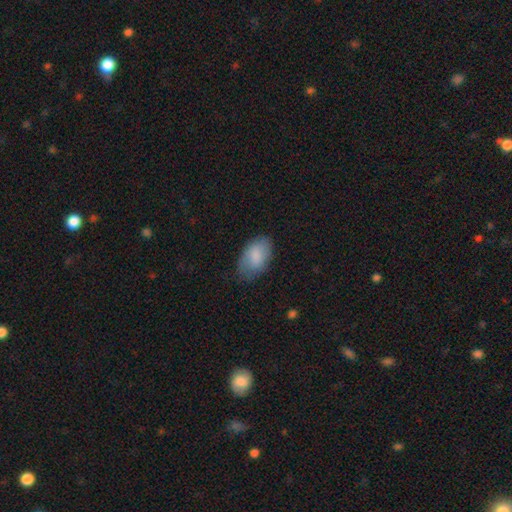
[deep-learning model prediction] Q: Smooth or featured?
A: smooth (84%); runner-up: featured or disk (10%)
Q: How rounded?
A: in between (94%); runner-up: round (5%)
Q: Merging?
A: none (68%); runner-up: minor disturbance (24%)